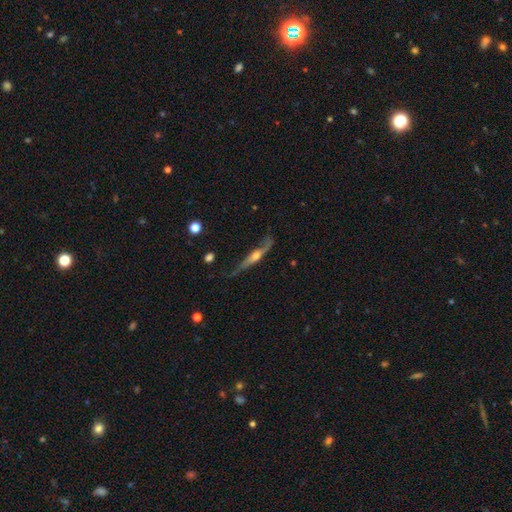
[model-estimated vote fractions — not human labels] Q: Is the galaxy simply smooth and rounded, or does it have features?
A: featured or disk — 69%.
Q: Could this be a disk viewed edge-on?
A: yes — 79%.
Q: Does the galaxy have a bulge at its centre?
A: rounded — 83%.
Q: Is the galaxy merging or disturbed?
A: none — 55%.